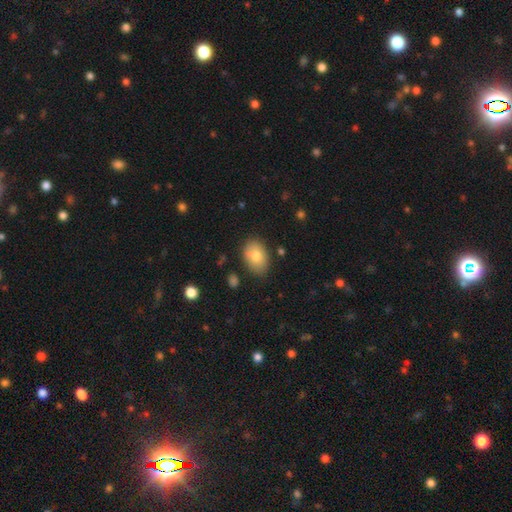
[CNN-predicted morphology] The model was most divided on "smooth or featured": smooth: 79%, featured or disk: 14%, star or artifact: 7%. More confident: how rounded — in between (83%); merging — none (81%).